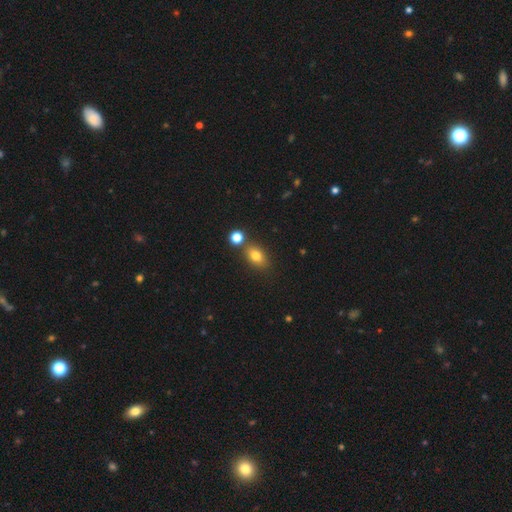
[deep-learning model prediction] This is likely a smooth galaxy (79%). How rounded: likely in between (80%). Merging: likely none (70%).